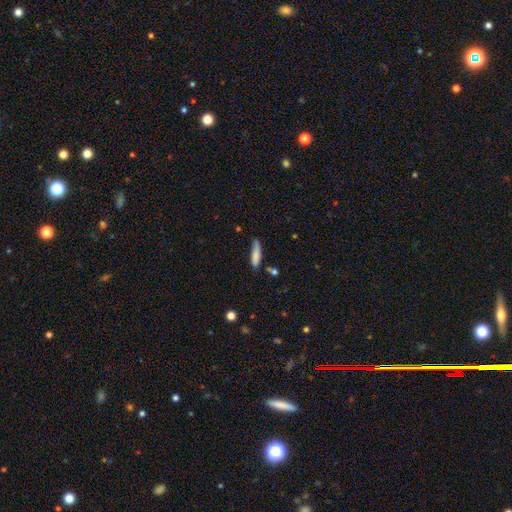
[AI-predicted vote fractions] A smooth galaxy with no disk features (80%) that is cigar-shaped (76%). Merging: none (70%).